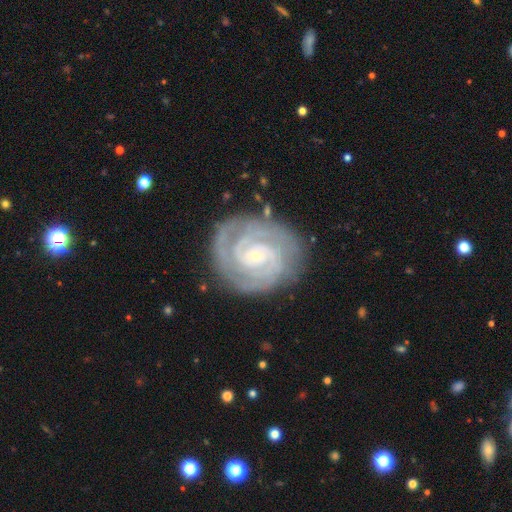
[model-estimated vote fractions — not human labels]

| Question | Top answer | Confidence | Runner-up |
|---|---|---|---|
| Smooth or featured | featured or disk | 89% | smooth (5%) |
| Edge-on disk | no | 98% | yes (2%) |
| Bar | no | 61% | weak (29%) |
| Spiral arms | yes | 98% | no (2%) |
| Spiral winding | tight | 76% | medium (21%) |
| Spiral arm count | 2 | 42% | 3 (25%) |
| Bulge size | small | 83% | moderate (13%) |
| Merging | none | 81% | minor disturbance (13%) |